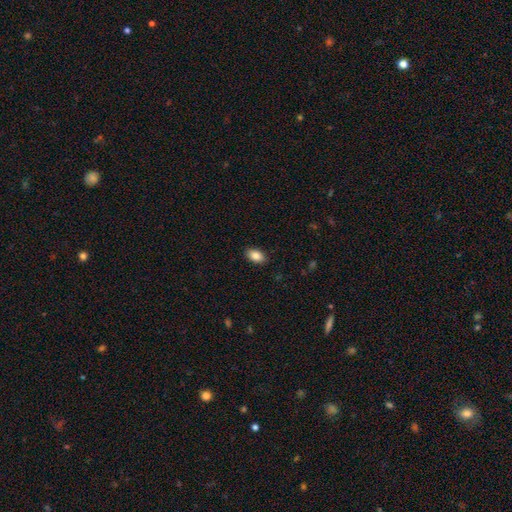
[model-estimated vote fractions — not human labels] smooth-or-featured: smooth: 86% | star or artifact: 8% | featured or disk: 6%
  how-rounded: in between: 91% | round: 8% | cigar-shaped: 2%
  merging: none: 89% | minor disturbance: 8% | major disturbance: 2% | merger: 1%